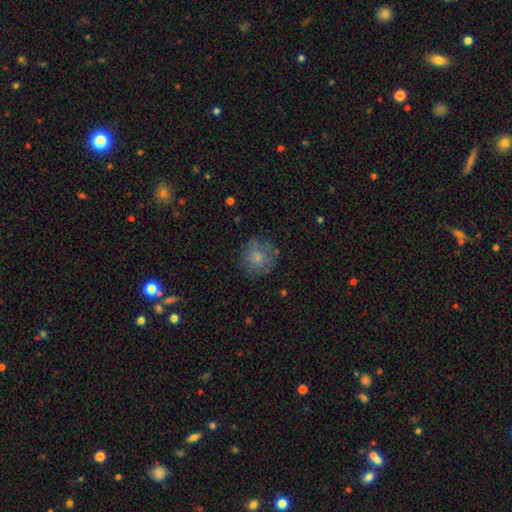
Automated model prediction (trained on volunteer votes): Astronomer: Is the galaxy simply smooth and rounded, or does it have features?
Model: smooth — 74%.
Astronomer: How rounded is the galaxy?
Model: round — 90%.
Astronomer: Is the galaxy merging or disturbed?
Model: none — 76%.